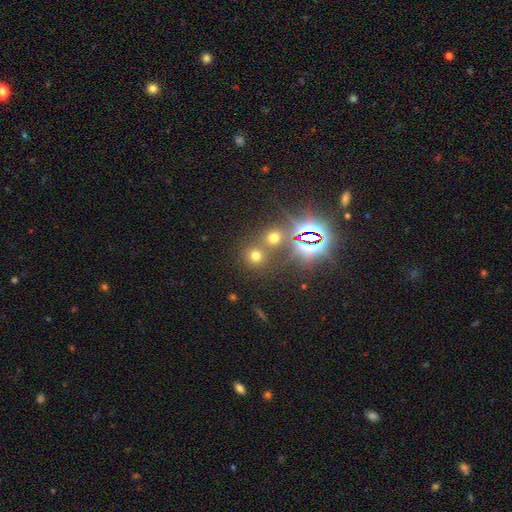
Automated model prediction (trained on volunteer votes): This appears to be a smooth galaxy with no disk features (57%) that is round (89%). Merging: none (66%).